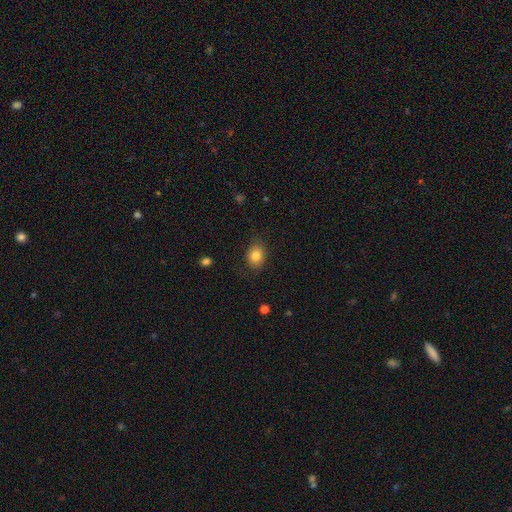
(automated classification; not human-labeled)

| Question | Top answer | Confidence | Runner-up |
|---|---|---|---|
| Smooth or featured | smooth | 82% | star or artifact (10%) |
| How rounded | in between | 51% | round (48%) |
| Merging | none | 80% | minor disturbance (15%) |